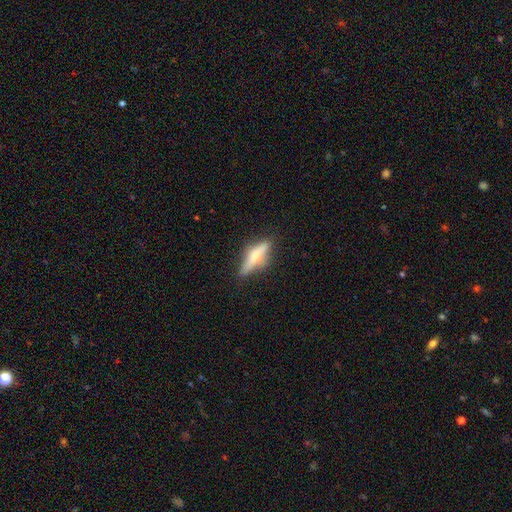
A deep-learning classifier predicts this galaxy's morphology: The model was most divided on "smooth or featured": featured or disk: 53%, smooth: 40%, star or artifact: 7%. More confident: edge-on disk — yes (90%); merging — none (75%).